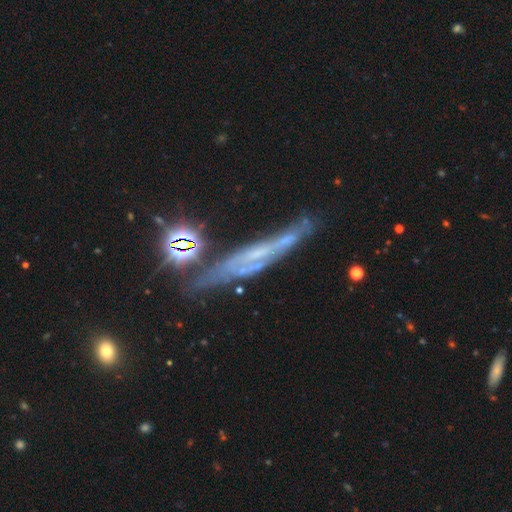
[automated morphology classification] A featured or disk galaxy (67%) viewed edge-on (71%).

Vote fractions:
- Smooth or featured? featured or disk: 67% / smooth: 18% / star or artifact: 15%
- Edge-on disk? yes: 71% / no: 29%
- Merging? none: 57% / minor disturbance: 23% / major disturbance: 13% / merger: 8%